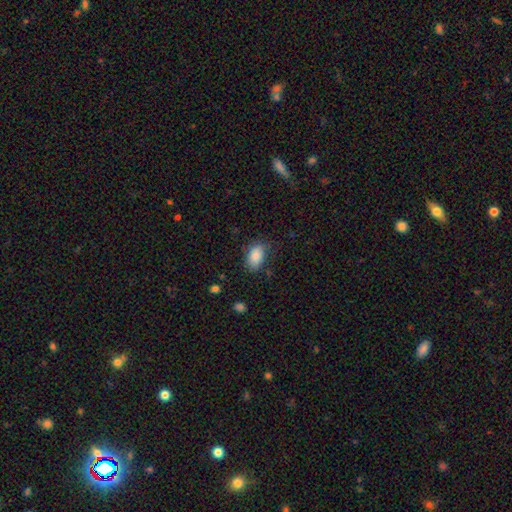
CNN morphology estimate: This is clearly a smooth galaxy (87%). How rounded: clearly in between (91%). Merging: likely none (73%).